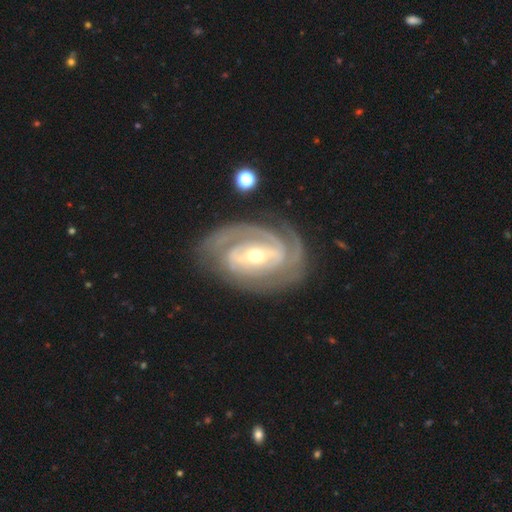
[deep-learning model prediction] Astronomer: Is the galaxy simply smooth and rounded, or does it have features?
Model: featured or disk — 90%.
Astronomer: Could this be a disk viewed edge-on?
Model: no — 96%.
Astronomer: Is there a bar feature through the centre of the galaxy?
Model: strong — 46% (runner-up: weak, 35%).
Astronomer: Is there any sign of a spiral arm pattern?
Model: yes — 97%.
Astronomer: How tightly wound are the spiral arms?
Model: tight — 67%.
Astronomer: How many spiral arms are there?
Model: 2 — 48% (runner-up: 3, 24%).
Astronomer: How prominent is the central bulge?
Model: moderate — 49% (runner-up: small, 47%).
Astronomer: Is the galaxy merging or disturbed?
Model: none — 74%.